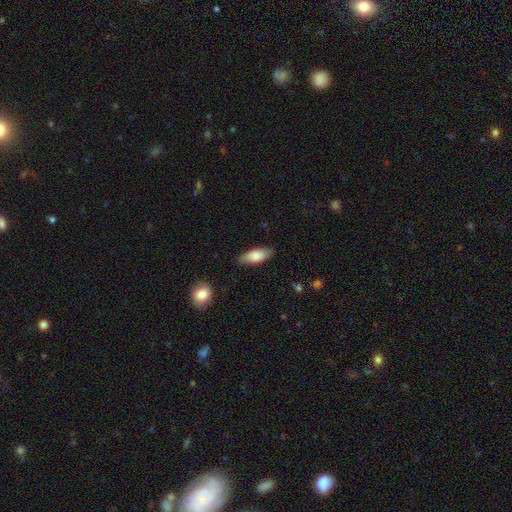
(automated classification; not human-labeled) Smooth or featured? smooth (82%)
How rounded? in between (80%)
Merging? none (81%)